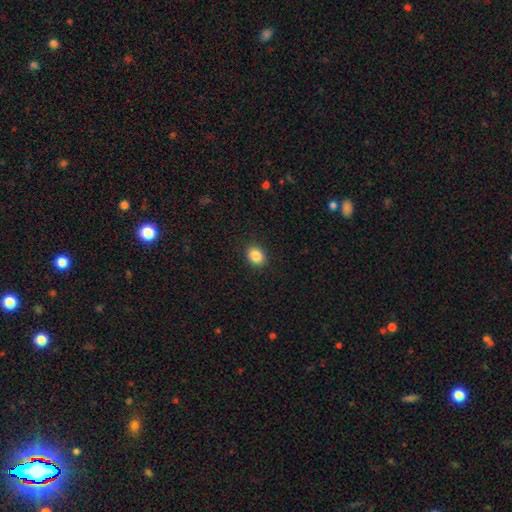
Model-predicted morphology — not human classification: Smooth or featured? smooth (87%)
How rounded? in between (52%)
Merging? none (89%)